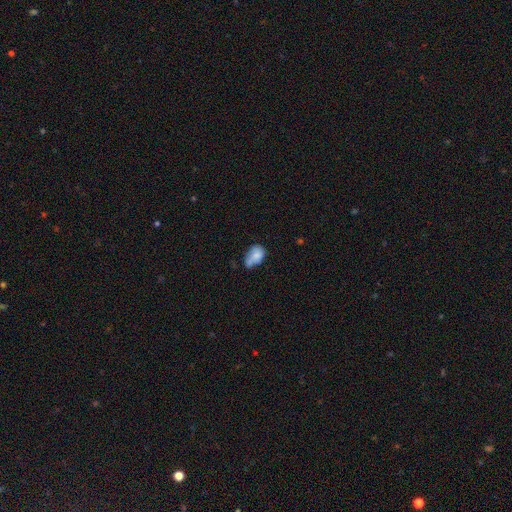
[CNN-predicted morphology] Q: Smooth or featured?
A: smooth (72%); runner-up: featured or disk (19%)
Q: How rounded?
A: in between (81%); runner-up: round (18%)
Q: Merging?
A: minor disturbance (36%); runner-up: none (30%)